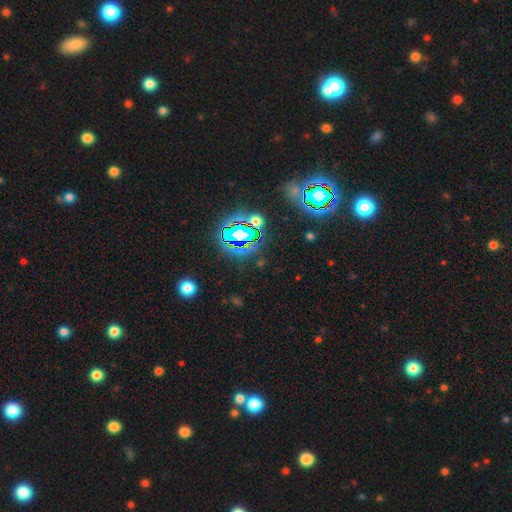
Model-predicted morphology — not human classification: This is clearly a star or artifact rather than a galaxy (82%).